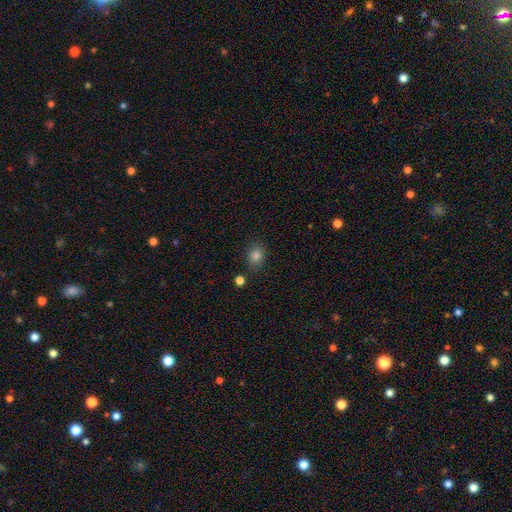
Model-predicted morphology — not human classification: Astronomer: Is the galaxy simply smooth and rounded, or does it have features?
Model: smooth — 82%.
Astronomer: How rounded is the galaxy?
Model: round — 53% (runner-up: in between, 46%).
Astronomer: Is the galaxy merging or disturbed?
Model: none — 80%.